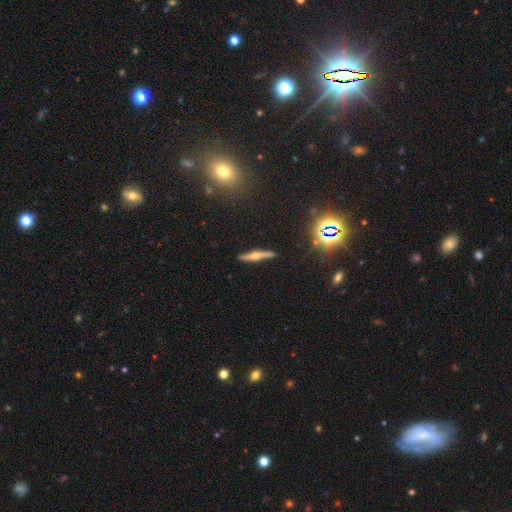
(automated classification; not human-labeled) featured or disk 64%, smooth 26%, star or artifact 9%. Down the decision tree: edge-on disk — yes (95%); edge-on bulge — rounded (92%); merging — none (87%).